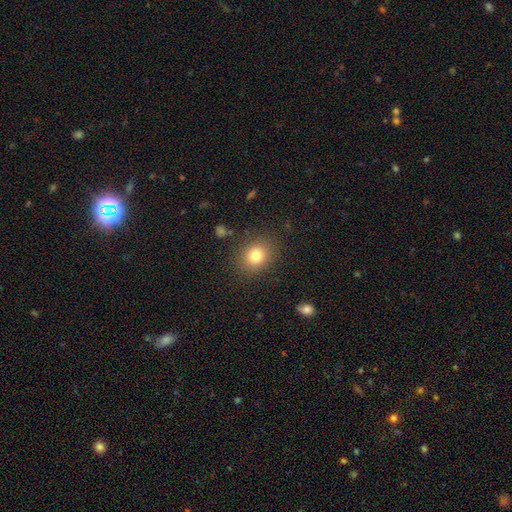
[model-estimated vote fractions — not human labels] smooth-or-featured: smooth: 81% | star or artifact: 11% | featured or disk: 8%
  how-rounded: round: 66% | in between: 33% | cigar-shaped: 1%
  merging: none: 86% | minor disturbance: 9% | major disturbance: 4% | merger: 2%